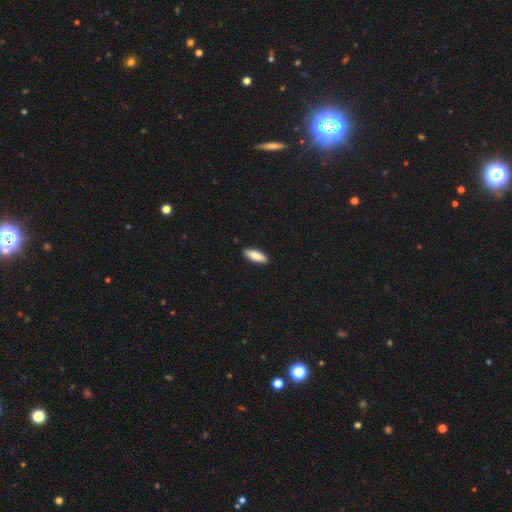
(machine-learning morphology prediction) Q: Smooth or featured?
A: smooth (87%); runner-up: featured or disk (8%)
Q: How rounded?
A: in between (60%); runner-up: cigar-shaped (38%)
Q: Merging?
A: none (90%); runner-up: minor disturbance (8%)